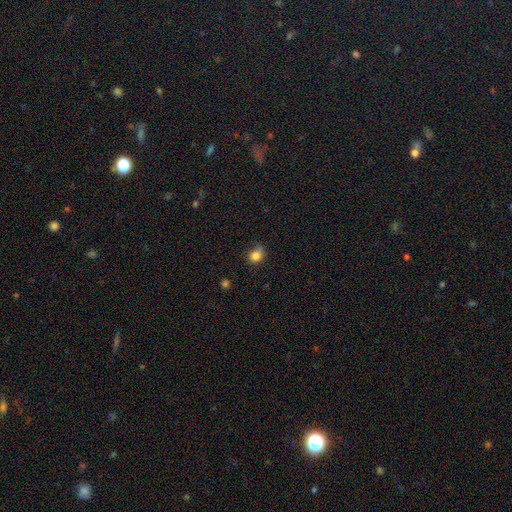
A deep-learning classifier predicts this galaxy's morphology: A smooth galaxy with no disk features (83%) that is round (67%).

Vote fractions:
- Smooth or featured? smooth: 83% / star or artifact: 11% / featured or disk: 6%
- How rounded? round: 67% / in between: 32% / cigar-shaped: 1%
- Merging? none: 55% / minor disturbance: 33% / major disturbance: 9% / merger: 3%